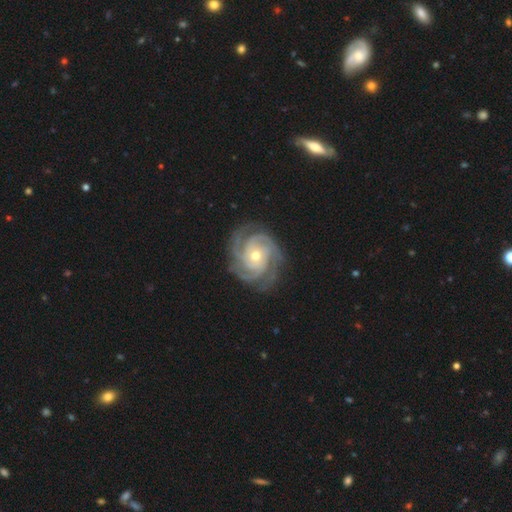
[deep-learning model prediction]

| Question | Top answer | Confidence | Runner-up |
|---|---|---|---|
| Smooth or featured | featured or disk | 93% | star or artifact (4%) |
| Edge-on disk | no | 98% | yes (2%) |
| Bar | no | 74% | weak (19%) |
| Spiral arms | yes | 99% | no (1%) |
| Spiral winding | tight | 73% | medium (24%) |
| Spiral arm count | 3 | 42% | 4 (28%) |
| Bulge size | moderate | 56% | small (41%) |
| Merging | none | 82% | minor disturbance (13%) |